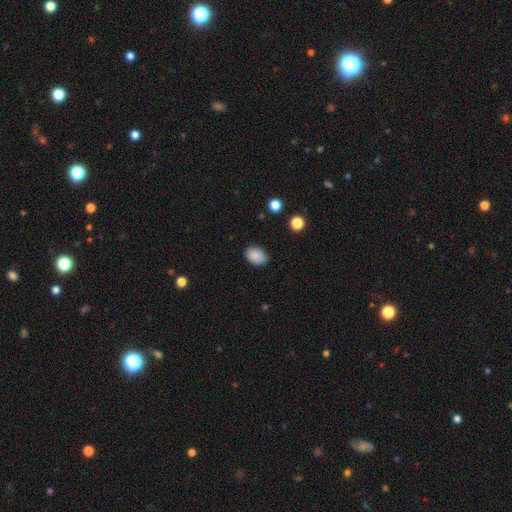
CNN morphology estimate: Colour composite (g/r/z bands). It shows a smooth galaxy with no disk features (88%) that is in between round and cigar-shaped (80%). Merging: none (81%).